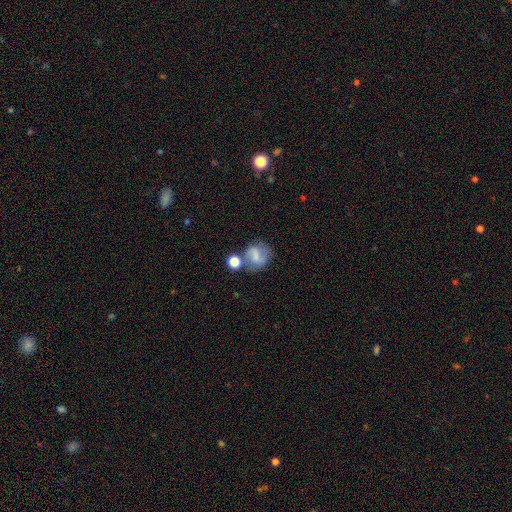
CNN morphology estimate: Smooth or featured: smooth — 55% (featured or disk — 33%)
How rounded: round — 70% (in between — 29%)
Merging: none — 52% (merger — 20%)